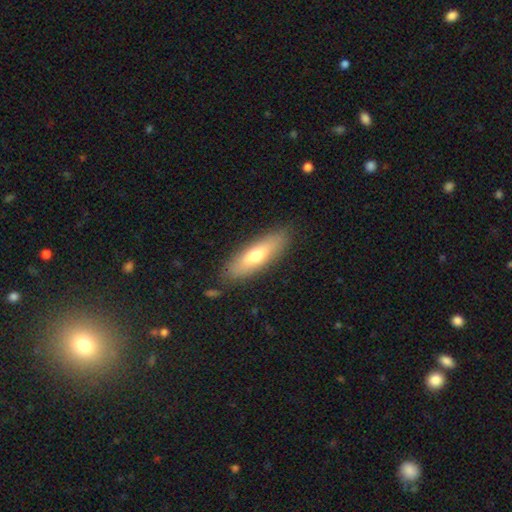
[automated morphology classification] This is likely a smooth galaxy (65%). How rounded: possibly in between (49%, tied with cigar-shaped). Merging: clearly none (84%).